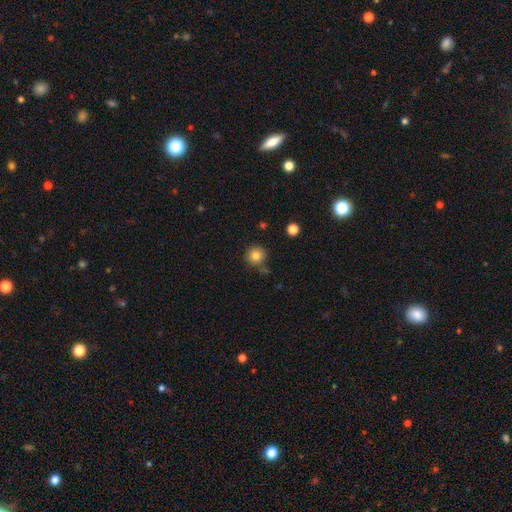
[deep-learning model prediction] Smooth or featured? smooth (82%)
How rounded? round (93%)
Merging? none (80%)